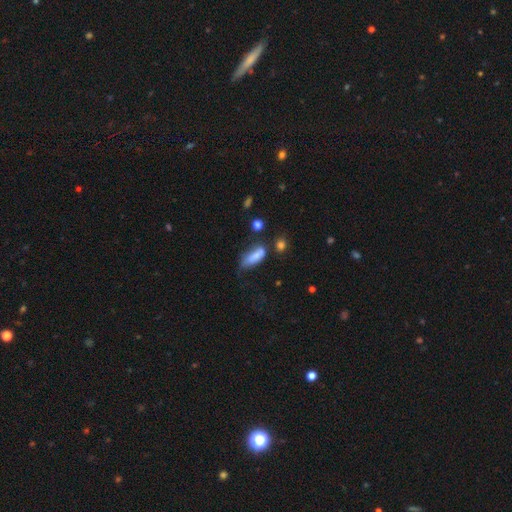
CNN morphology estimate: Smooth or featured? smooth (77%)
How rounded? in between (73%)
Merging? minor disturbance (34%, tied with none)